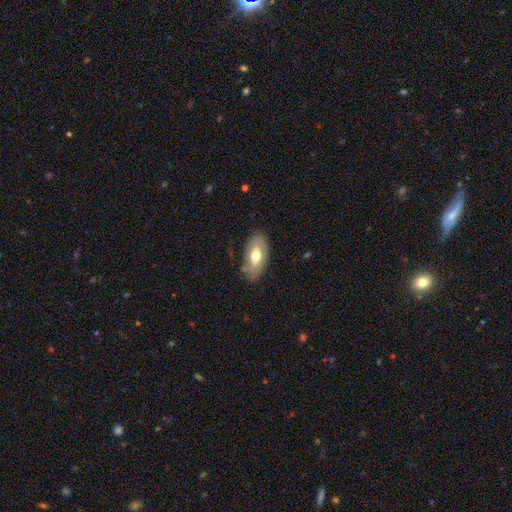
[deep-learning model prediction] Smooth or featured? Predicted: smooth (p=0.59). How rounded? Predicted: in between (p=0.91). Merging? Predicted: none (p=0.75).